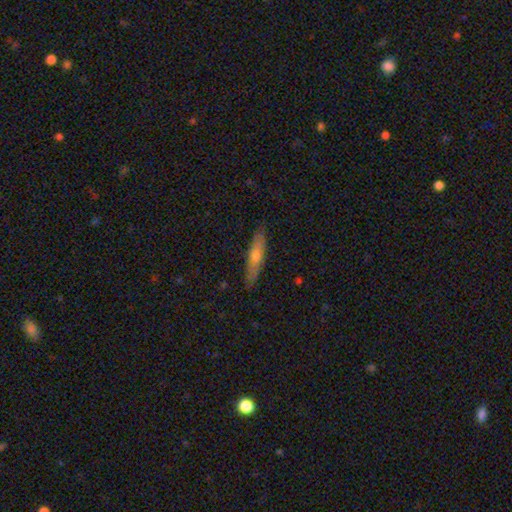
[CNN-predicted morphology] Overall: smooth (53%; featured or disk 41%). How rounded: cigar-shaped (81%). Merging: none (87%).